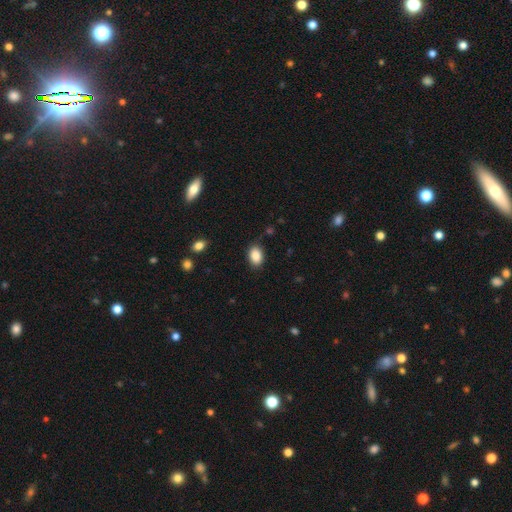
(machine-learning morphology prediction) The model was most divided on "how rounded": in between: 84%, round: 15%, cigar-shaped: 1%. More confident: smooth or featured — smooth (88%); merging — none (85%).